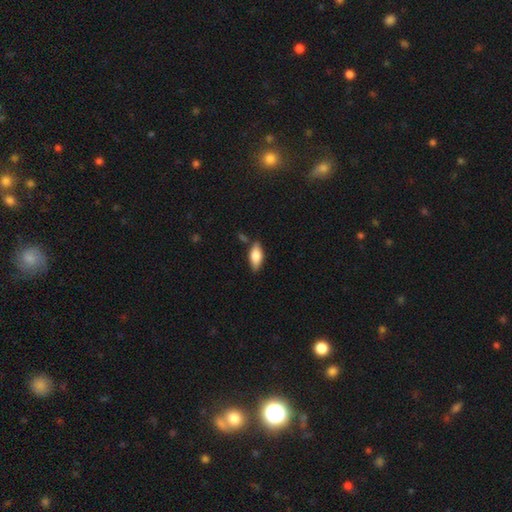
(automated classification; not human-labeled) smooth 75%, featured or disk 19%, star or artifact 6%. Down the decision tree: how rounded — in between (83%); merging — none (78%).